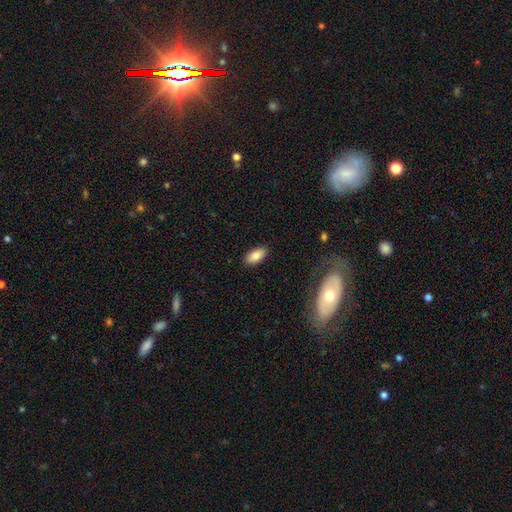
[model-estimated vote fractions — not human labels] This is clearly a smooth galaxy (83%). How rounded: clearly in between (91%). Merging: clearly none (88%).